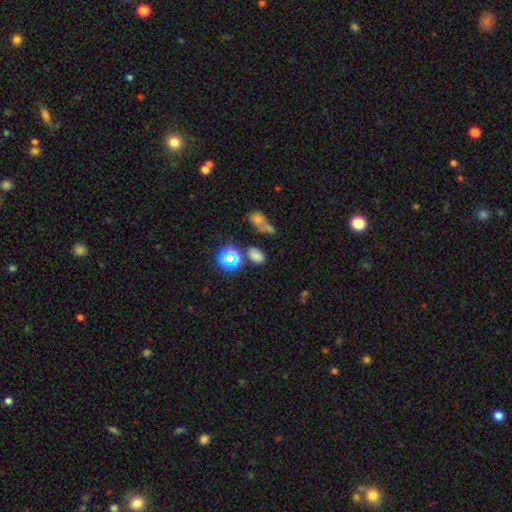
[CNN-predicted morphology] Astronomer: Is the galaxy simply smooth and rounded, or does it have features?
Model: smooth — 66%.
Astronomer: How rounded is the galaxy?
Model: in between — 81%.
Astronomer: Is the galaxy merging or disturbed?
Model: none — 65%.